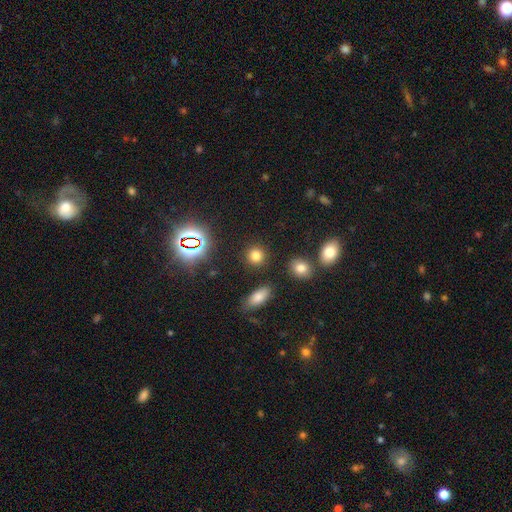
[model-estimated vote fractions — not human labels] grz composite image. It shows a smooth galaxy with no disk features (75%) that is round (88%). Merging: none (88%).